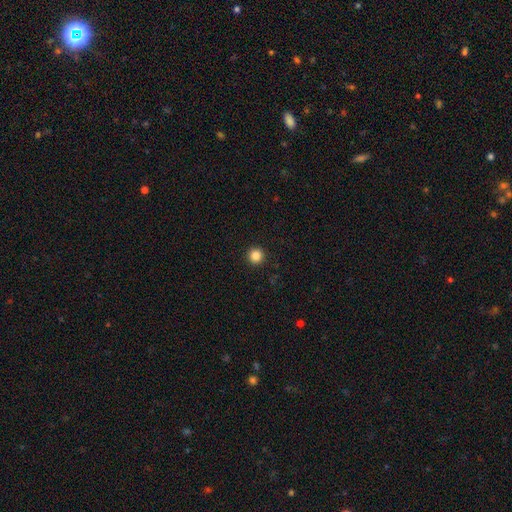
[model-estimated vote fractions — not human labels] smooth 85%, star or artifact 11%, featured or disk 4%. Down the decision tree: how rounded — round (96%); merging — none (94%).